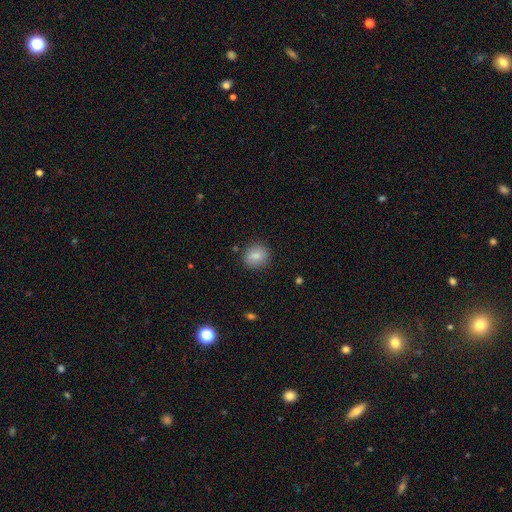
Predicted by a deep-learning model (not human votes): Morphology: type=smooth (84%); roundness=round (73%); merging=none (87%).